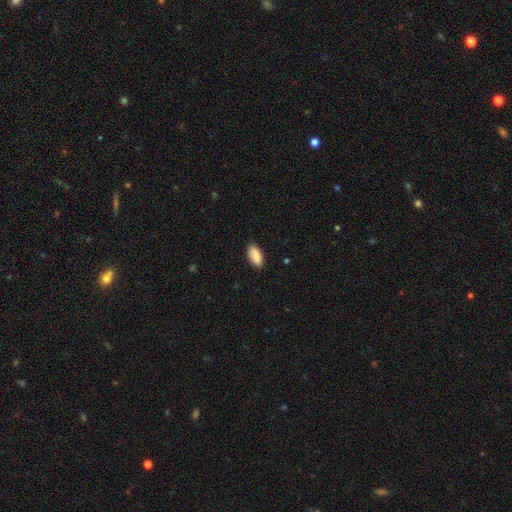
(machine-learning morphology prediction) This is clearly a smooth galaxy (86%). How rounded: clearly in between (92%). Merging: clearly none (86%).